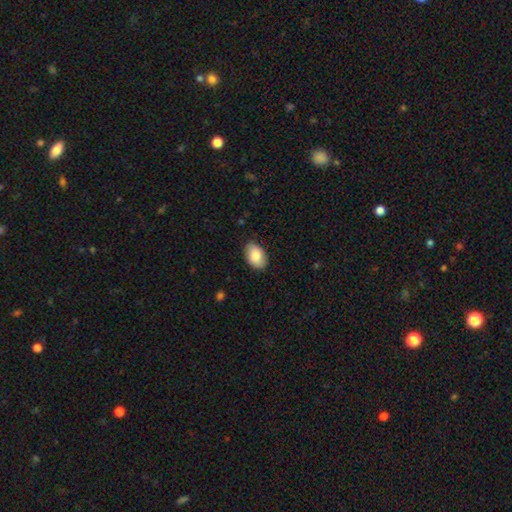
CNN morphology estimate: smooth-or-featured: smooth: 85% | featured or disk: 9% | star or artifact: 6%
  how-rounded: in between: 89% | round: 10% | cigar-shaped: 1%
  merging: none: 86% | minor disturbance: 11% | major disturbance: 2% | merger: 1%